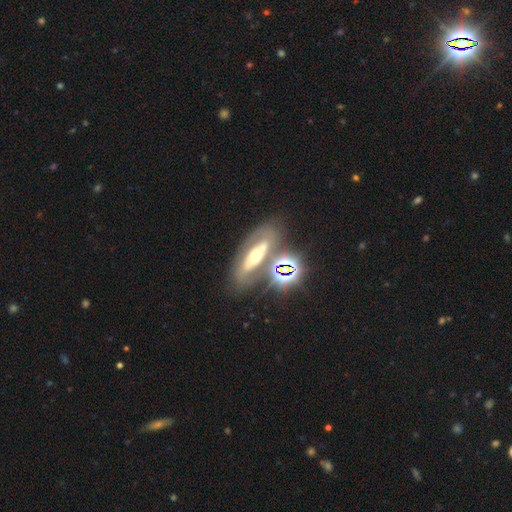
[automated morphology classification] This is possibly a featured or disk galaxy (53%). It is likely not viewed edge-on (68%). Merging: likely none (64%).